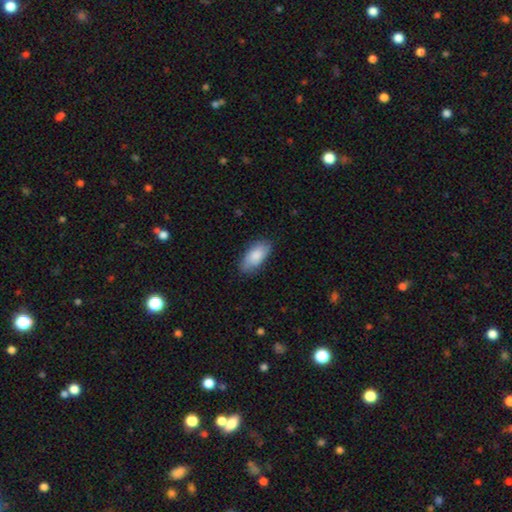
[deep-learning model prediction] smooth_or_featured: smooth (p=0.82) [alt: featured or disk p=0.12]
how_rounded: in between (p=0.91) [alt: cigar-shaped p=0.07]
merging: none (p=0.79) [alt: minor disturbance p=0.16]